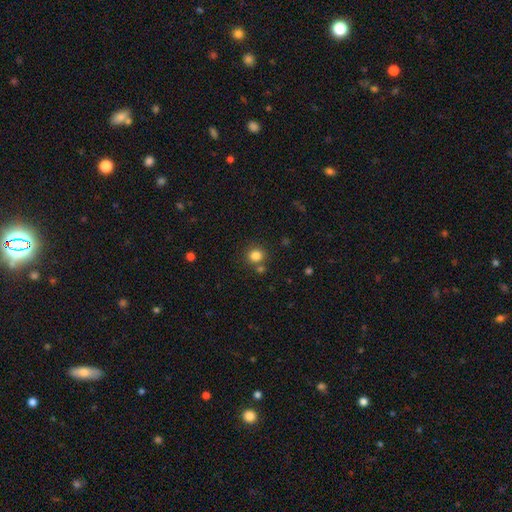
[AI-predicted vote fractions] Morphology: type=smooth (83%); roundness=round (85%); merging=none (74%).